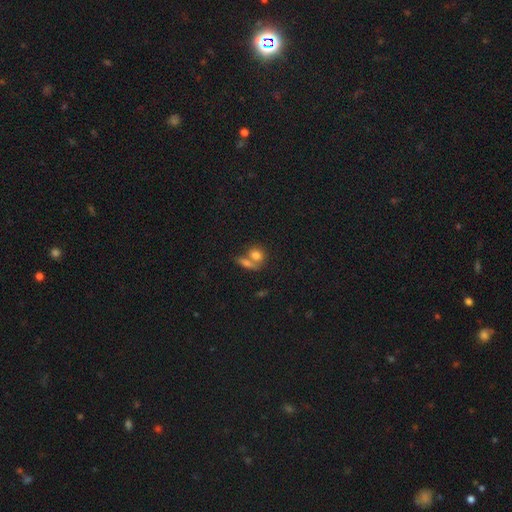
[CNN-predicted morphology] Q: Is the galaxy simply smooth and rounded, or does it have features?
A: smooth — 77%.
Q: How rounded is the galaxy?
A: in between — 48%.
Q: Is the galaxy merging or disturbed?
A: merger — 50%.